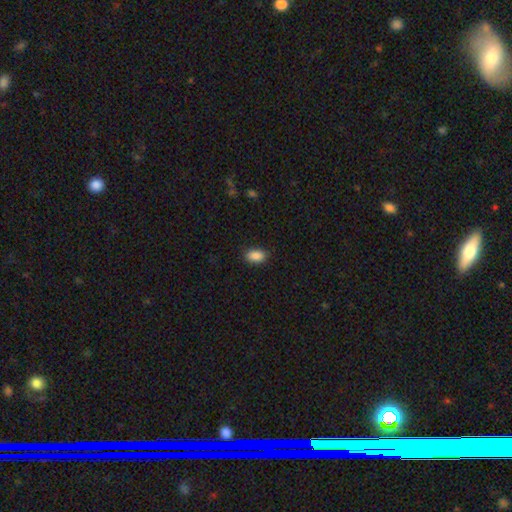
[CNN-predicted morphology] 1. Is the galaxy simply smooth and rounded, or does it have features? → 89% smooth, 8% star or artifact, 3% featured or disk.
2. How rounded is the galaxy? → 91% in between, 8% round, 2% cigar-shaped.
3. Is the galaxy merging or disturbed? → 88% none, 9% minor disturbance, 2% major disturbance, 1% merger.